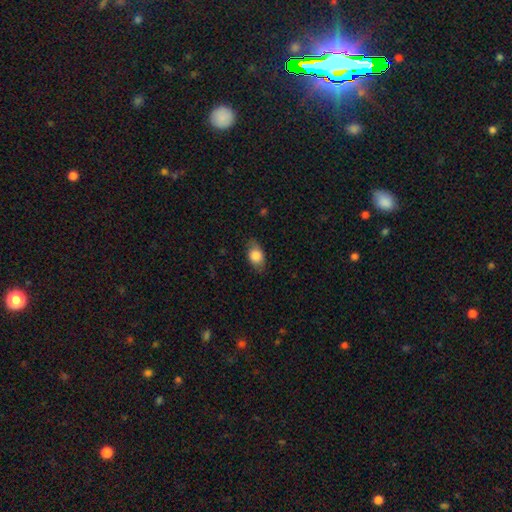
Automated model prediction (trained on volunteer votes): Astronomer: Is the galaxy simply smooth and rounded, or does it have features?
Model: smooth — 80%.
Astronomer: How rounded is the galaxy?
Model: in between — 84%.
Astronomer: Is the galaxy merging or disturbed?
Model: none — 77%.